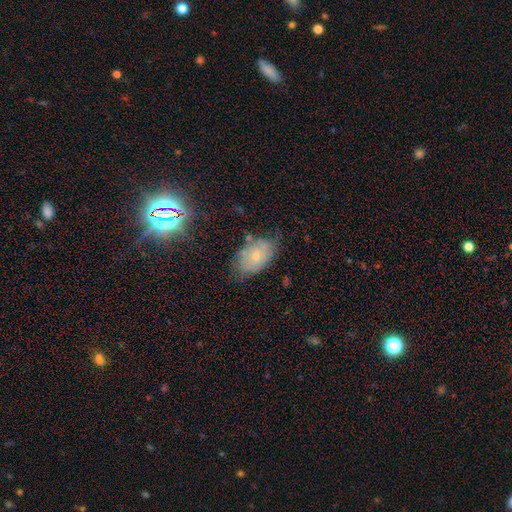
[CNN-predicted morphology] The model was most divided on "smooth or featured": smooth: 51%, featured or disk: 35%, star or artifact: 14%. More confident: how rounded — in between (90%); merging — none (62%).